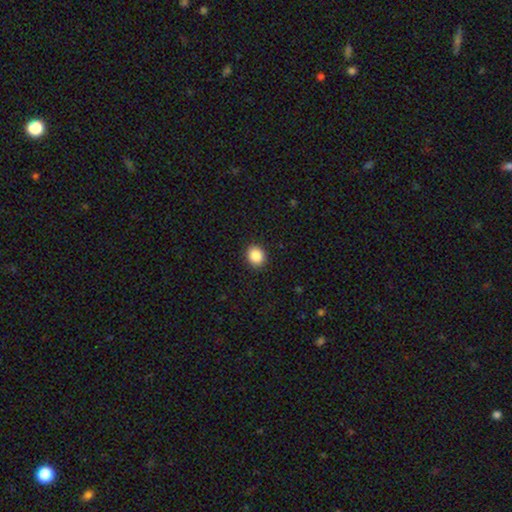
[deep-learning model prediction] Smooth or featured? smooth (88%)
How rounded? round (71%)
Merging? none (91%)